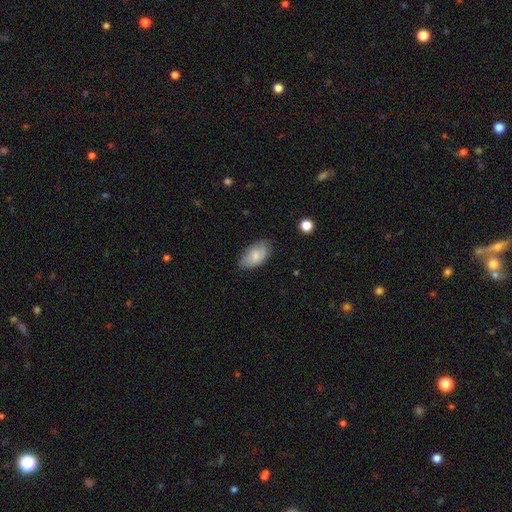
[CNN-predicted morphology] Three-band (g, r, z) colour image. It shows a smooth galaxy with no disk features (83%) that is in between round and cigar-shaped (94%). Merging: none (76%).